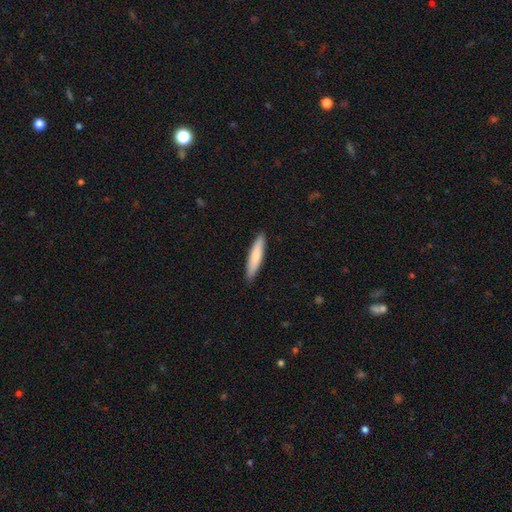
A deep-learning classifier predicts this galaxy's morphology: Smooth or featured? Predicted: smooth (p=0.79). How rounded? Predicted: cigar-shaped (p=0.88). Merging? Predicted: none (p=0.90).